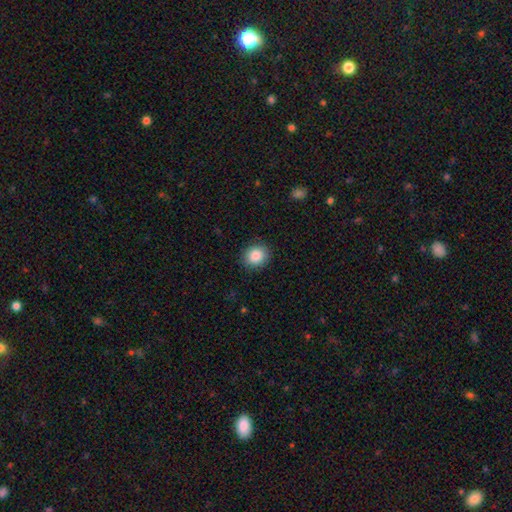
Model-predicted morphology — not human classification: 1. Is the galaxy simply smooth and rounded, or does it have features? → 87% smooth, 9% star or artifact, 4% featured or disk.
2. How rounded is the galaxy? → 78% round, 21% in between, 1% cigar-shaped.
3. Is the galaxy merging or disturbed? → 90% none, 7% minor disturbance, 2% major disturbance, 1% merger.